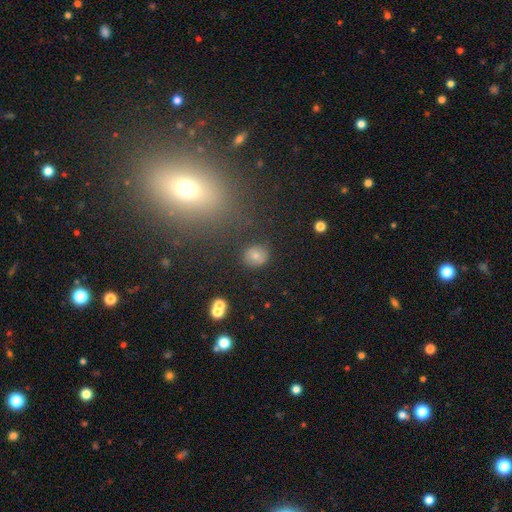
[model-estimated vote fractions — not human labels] This appears to be a smooth galaxy with no disk features (74%) that is round (76%). Merging: none (82%).